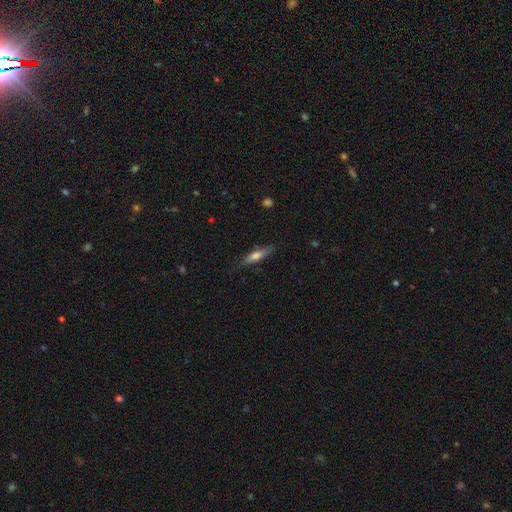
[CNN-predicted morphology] Overall: smooth (53%; featured or disk 40%). How rounded: cigar-shaped (81%). Merging: none (83%).